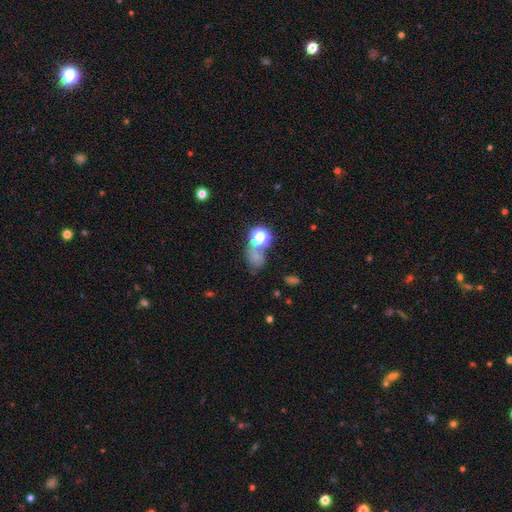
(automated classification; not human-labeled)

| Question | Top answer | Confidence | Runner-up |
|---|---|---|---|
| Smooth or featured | smooth | 58% | star or artifact (33%) |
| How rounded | round | 54% | in between (44%) |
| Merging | none | 48% | merger (24%) |